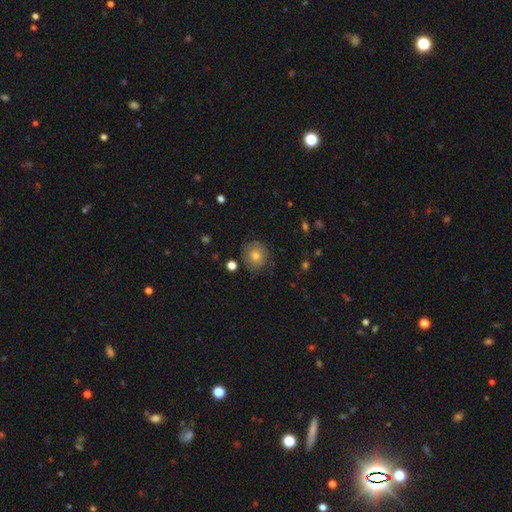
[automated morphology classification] The model was most divided on "smooth or featured": smooth: 66%, featured or disk: 23%, star or artifact: 11%. More confident: how rounded — round (84%); merging — none (80%).